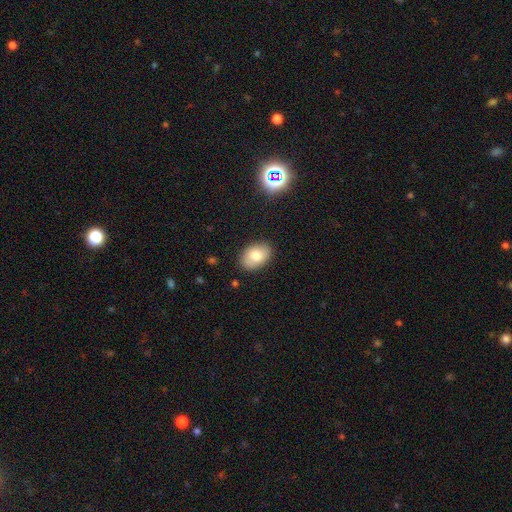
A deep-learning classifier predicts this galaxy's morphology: smooth-or-featured: smooth: 78% | featured or disk: 15% | star or artifact: 8%
  how-rounded: in between: 84% | round: 15% | cigar-shaped: 1%
  merging: none: 86% | minor disturbance: 10% | major disturbance: 2% | merger: 1%